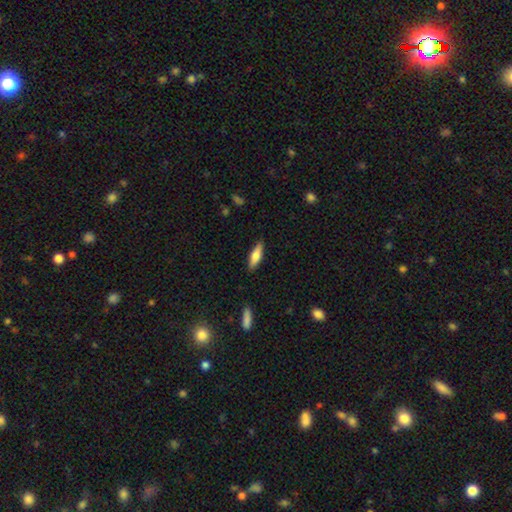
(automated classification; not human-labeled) Smooth or featured? Predicted: smooth (p=0.69). How rounded? Predicted: cigar-shaped (p=0.57). Merging? Predicted: none (p=0.86).